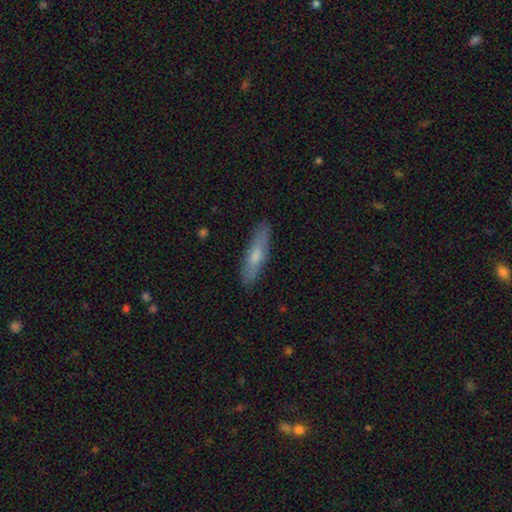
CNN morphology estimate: Smooth or featured? smooth (59%)
How rounded? cigar-shaped (76%)
Merging? none (86%)